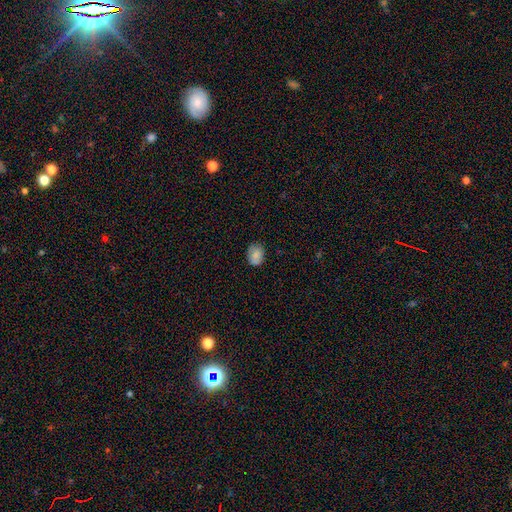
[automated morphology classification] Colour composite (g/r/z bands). It shows a smooth galaxy with no disk features (83%) that is in between round and cigar-shaped (56%). Merging: none (78%).